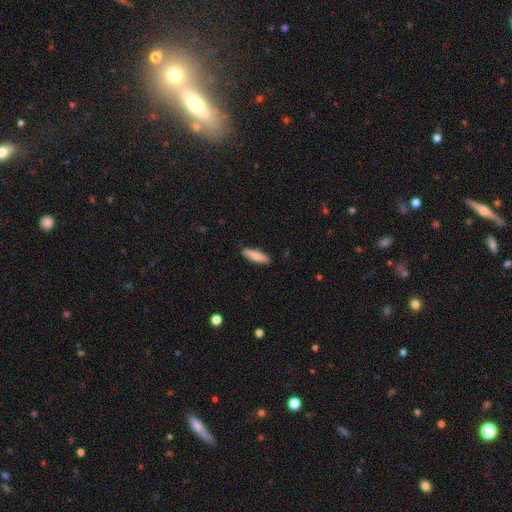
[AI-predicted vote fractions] Smooth or featured?
  - smooth: 81% *
  - featured or disk: 14%
  - star or artifact: 6%
How rounded?
  - cigar-shaped: 62% *
  - in between: 36%
  - round: 2%
Merging?
  - none: 88% *
  - minor disturbance: 9%
  - major disturbance: 2%
  - merger: 1%